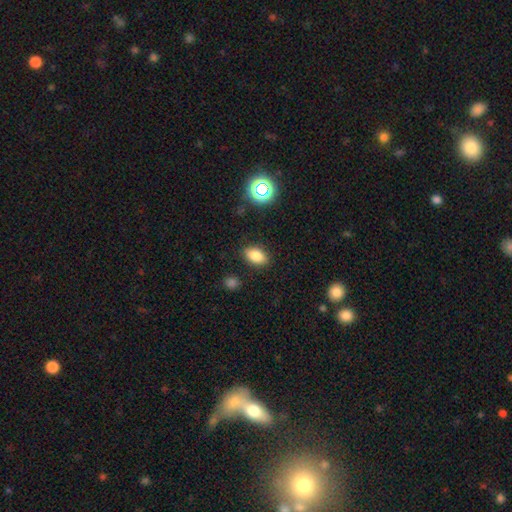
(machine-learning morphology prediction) A smooth galaxy with no disk features (81%) that is in between round and cigar-shaped (88%).

Vote fractions:
- Smooth or featured? smooth: 81% / star or artifact: 12% / featured or disk: 7%
- How rounded? in between: 88% / round: 10% / cigar-shaped: 2%
- Merging? none: 86% / minor disturbance: 9% / major disturbance: 3% / merger: 2%